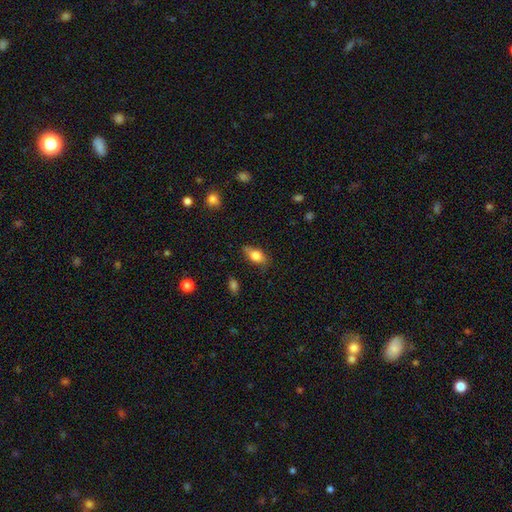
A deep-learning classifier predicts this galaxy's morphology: smooth 75%, featured or disk 17%, star or artifact 8%. Down the decision tree: how rounded — in between (83%); merging — none (71%).